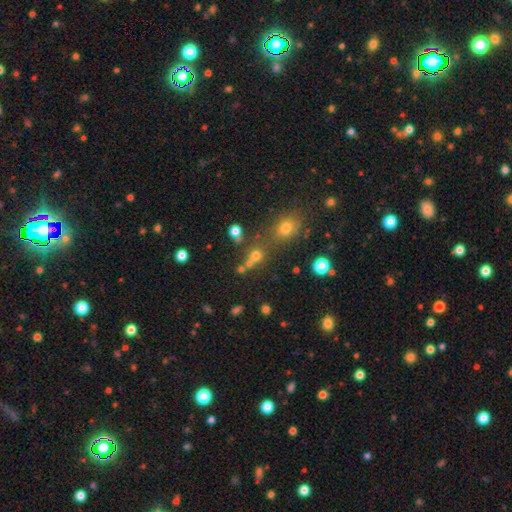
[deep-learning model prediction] Smooth or featured? Predicted: smooth (p=0.65). How rounded? Predicted: round (p=0.80). Merging? Predicted: none (p=0.52).